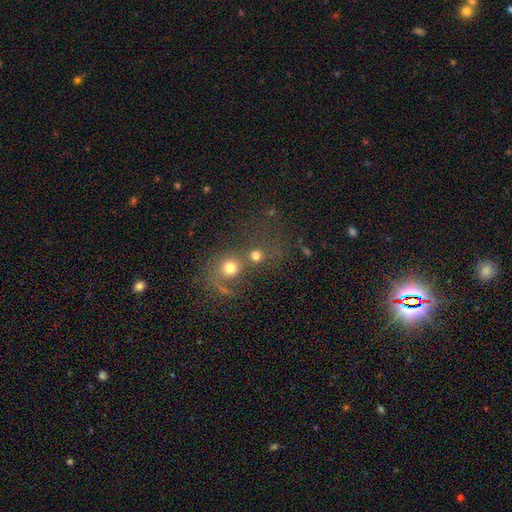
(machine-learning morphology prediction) The model was most divided on "merging": merger: 44%, none: 43%, minor disturbance: 7%, major disturbance: 6%. More confident: how rounded — round (86%); smooth or featured — smooth (70%).